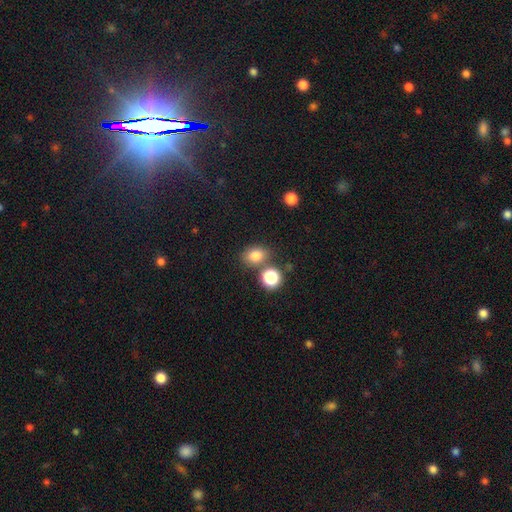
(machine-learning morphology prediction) smooth_or_featured: smooth (p=0.80) [alt: star or artifact p=0.13]
how_rounded: in between (p=0.58) [alt: round p=0.41]
merging: none (p=0.71) [alt: merger p=0.14]